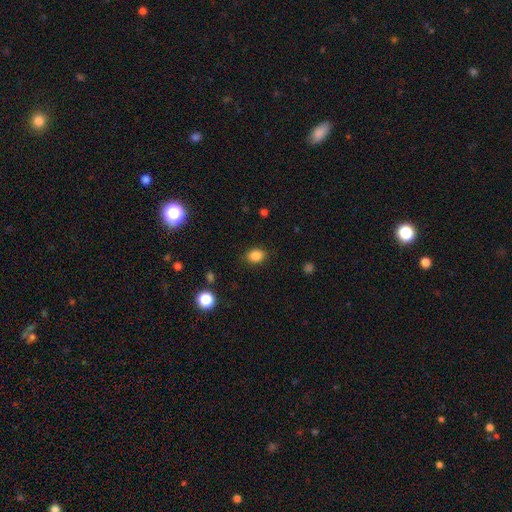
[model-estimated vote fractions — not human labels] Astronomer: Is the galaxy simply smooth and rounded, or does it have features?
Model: smooth — 85%.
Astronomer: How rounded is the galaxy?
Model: in between — 57% (runner-up: round, 42%).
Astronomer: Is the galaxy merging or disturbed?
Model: none — 85%.